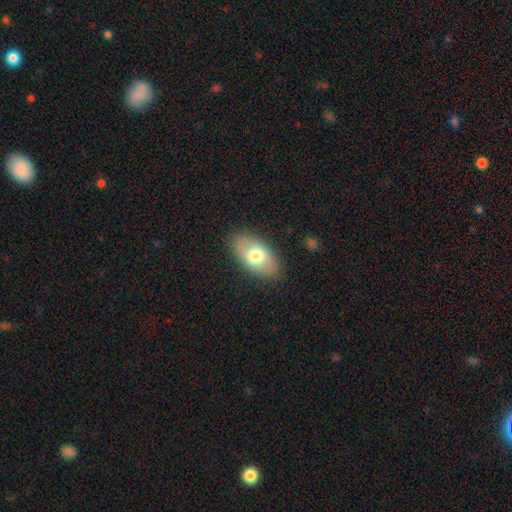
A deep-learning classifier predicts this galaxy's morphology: Smooth or featured? Predicted: smooth (p=0.67). How rounded? Predicted: in between (p=0.92). Merging? Predicted: none (p=0.85).